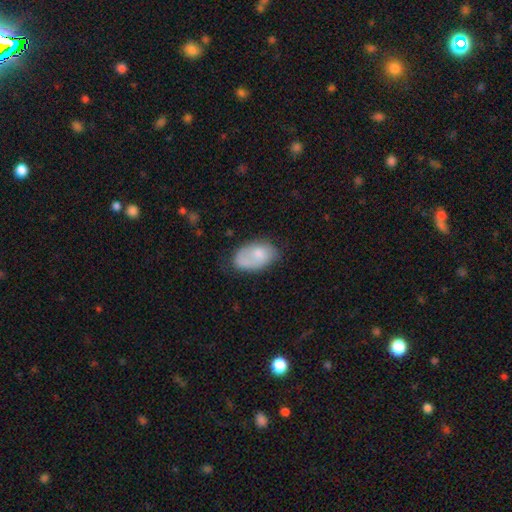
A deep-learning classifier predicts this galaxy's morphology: A smooth galaxy with no disk features (68%) that is in between round and cigar-shaped (90%).

Vote fractions:
- Smooth or featured? smooth: 68% / featured or disk: 25% / star or artifact: 7%
- How rounded? in between: 90% / round: 9% / cigar-shaped: 1%
- Merging? none: 52% / minor disturbance: 30% / major disturbance: 12% / merger: 5%